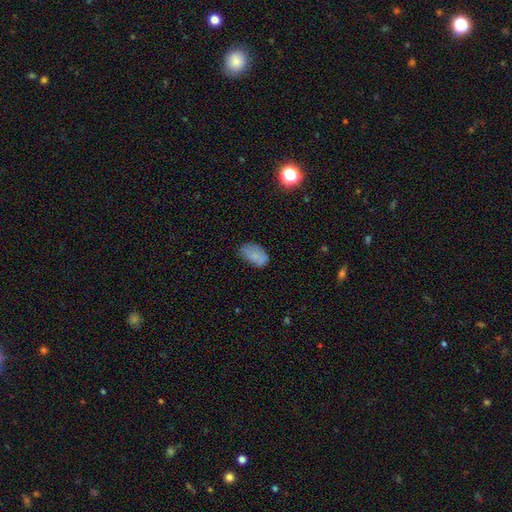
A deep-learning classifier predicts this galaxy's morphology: smooth-or-featured: smooth: 77% | featured or disk: 12% | star or artifact: 11%
  how-rounded: in between: 91% | round: 7% | cigar-shaped: 2%
  merging: none: 58% | minor disturbance: 30% | major disturbance: 9% | merger: 3%